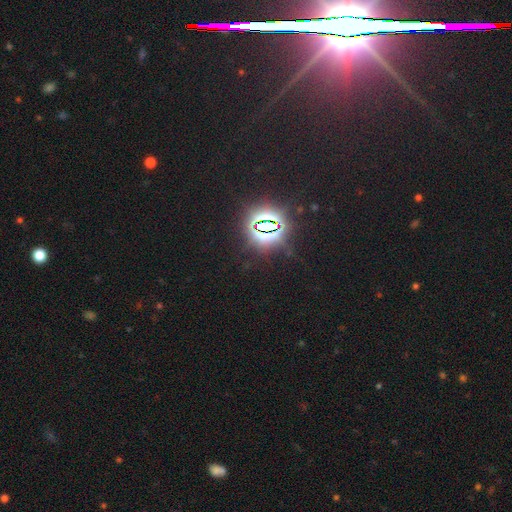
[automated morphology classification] Smooth or featured: star or artifact — 77% (smooth — 14%)